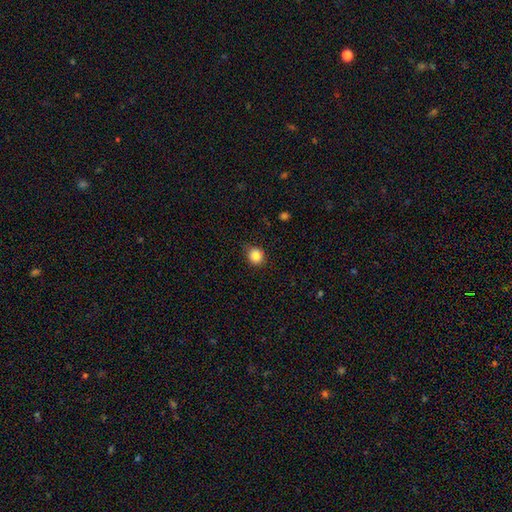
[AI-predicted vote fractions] Morphology: type=smooth (85%); roundness=round (88%); merging=none (85%).